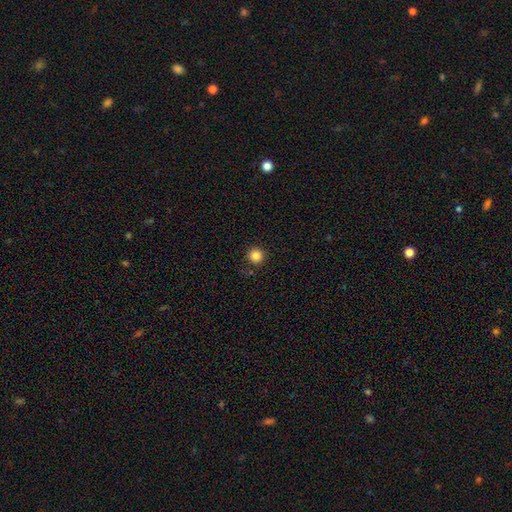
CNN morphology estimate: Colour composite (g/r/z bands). It shows a smooth galaxy with no disk features (84%) that is round (95%). Merging: none (88%).